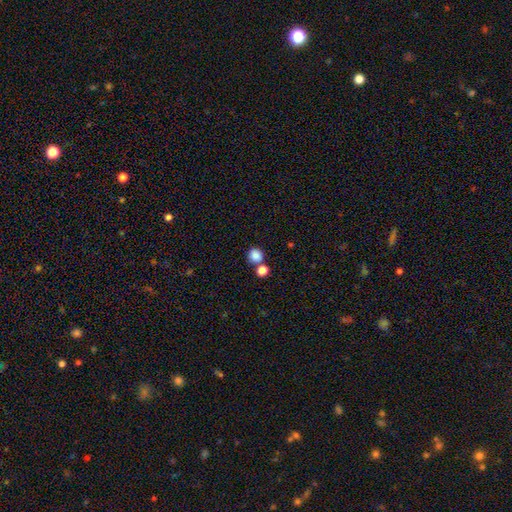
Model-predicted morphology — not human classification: Smooth or featured: smooth — 85% (star or artifact — 10%)
How rounded: round — 87% (in between — 12%)
Merging: none — 64% (merger — 25%)